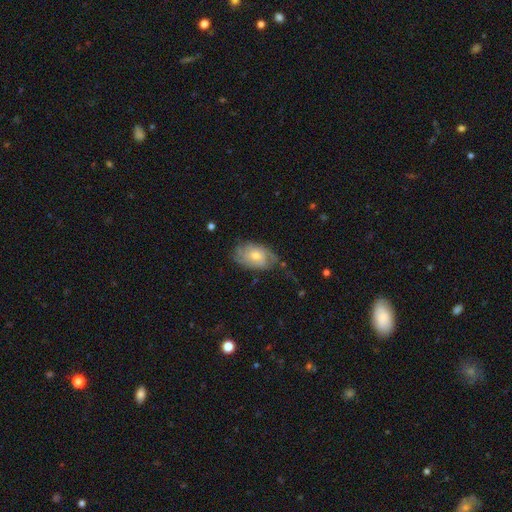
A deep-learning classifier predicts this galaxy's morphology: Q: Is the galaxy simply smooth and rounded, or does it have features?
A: featured or disk — 63%.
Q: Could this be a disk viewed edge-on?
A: no — 94%.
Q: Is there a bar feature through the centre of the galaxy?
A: no — 77%.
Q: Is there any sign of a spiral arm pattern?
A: yes — 85%.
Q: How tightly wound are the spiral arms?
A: tight — 41%.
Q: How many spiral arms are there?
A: can't tell — 40%.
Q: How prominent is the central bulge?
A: moderate — 52%.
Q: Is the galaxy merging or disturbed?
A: none — 53%.